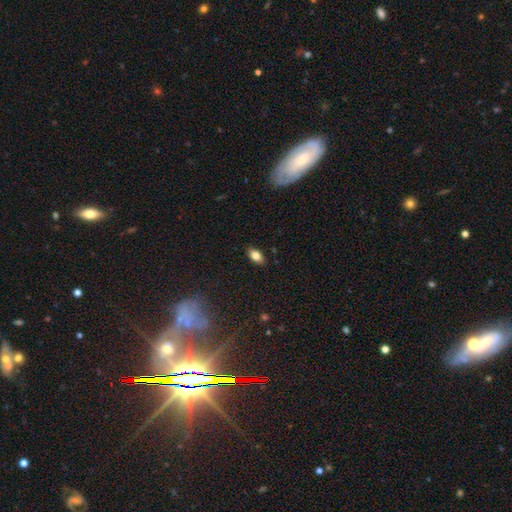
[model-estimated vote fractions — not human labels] The model was most divided on "smooth or featured": smooth: 79%, featured or disk: 13%, star or artifact: 9%. More confident: how rounded — in between (89%); merging — none (88%).